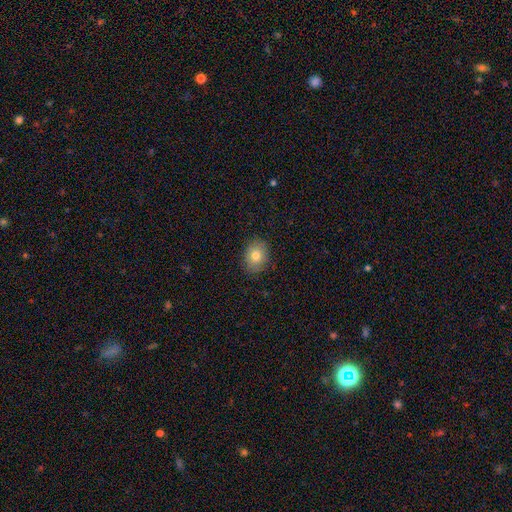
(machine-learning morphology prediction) Q: Smooth or featured?
A: smooth (79%); runner-up: featured or disk (11%)
Q: How rounded?
A: in between (56%); runner-up: round (43%)
Q: Merging?
A: none (87%); runner-up: minor disturbance (9%)